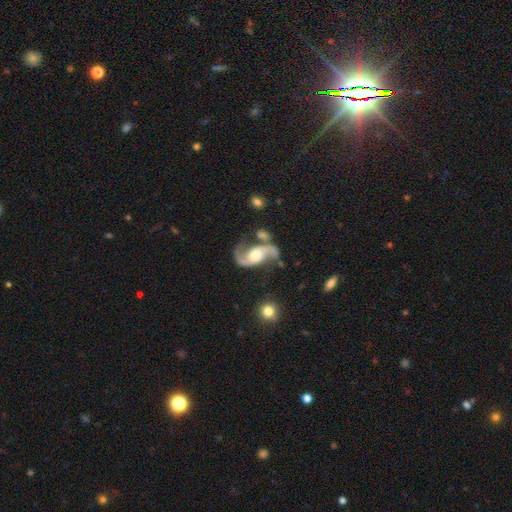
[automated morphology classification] Smooth or featured: featured or disk — 91% (smooth — 5%)
Edge-on disk: no — 97% (yes — 3%)
Bar: no — 55% (weak — 31%)
Spiral arms: yes — 97% (no — 3%)
Spiral winding: loose — 54% (medium — 38%)
Spiral arm count: 2 — 93% (1 — 2%)
Bulge size: moderate — 54% (small — 28%)
Merging: none — 58% (minor disturbance — 16%)